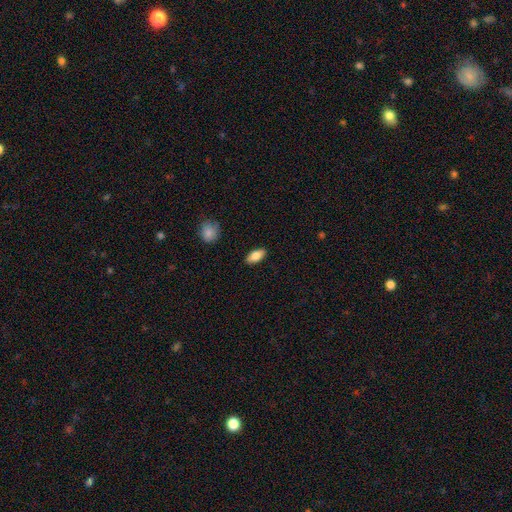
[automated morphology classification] Smooth or featured?
  - smooth: 81% *
  - featured or disk: 13%
  - star or artifact: 6%
How rounded?
  - in between: 89% *
  - cigar-shaped: 8%
  - round: 3%
Merging?
  - none: 89% *
  - minor disturbance: 8%
  - major disturbance: 2%
  - merger: 1%